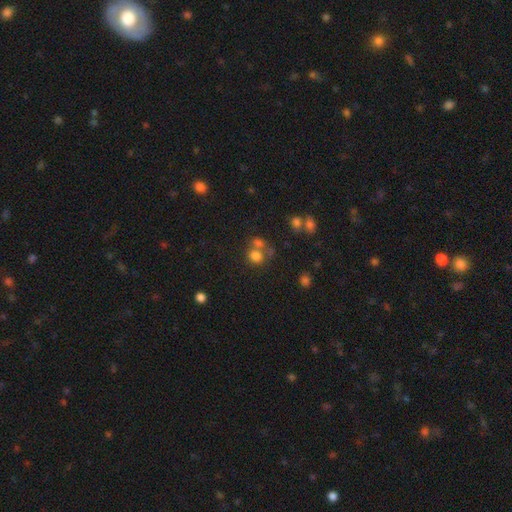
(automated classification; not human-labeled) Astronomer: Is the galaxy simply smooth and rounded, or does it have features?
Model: smooth — 74%.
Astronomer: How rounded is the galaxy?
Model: round — 68%.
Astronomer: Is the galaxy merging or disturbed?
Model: merger — 43% (runner-up: none, 40%).